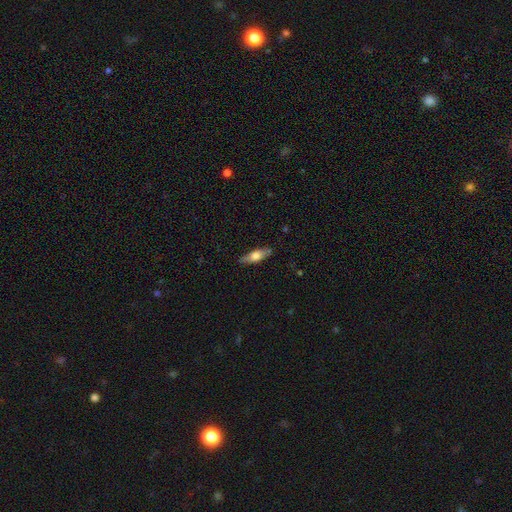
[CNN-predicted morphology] This appears to be a smooth galaxy with no disk features (58%) that is in between round and cigar-shaped (51%). Merging: none (84%).